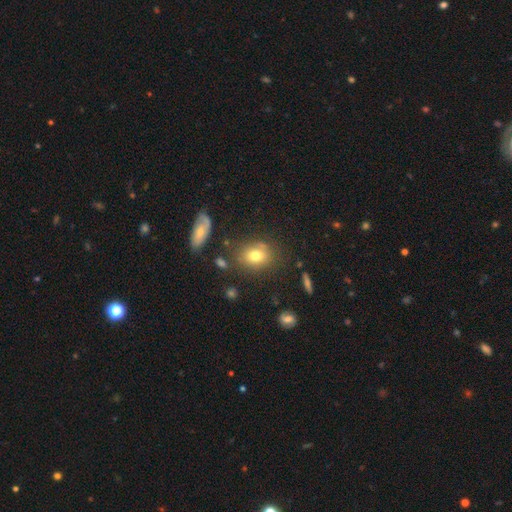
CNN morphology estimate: smooth 75%, featured or disk 14%, star or artifact 11%. Down the decision tree: how rounded — in between (56%); merging — none (72%).